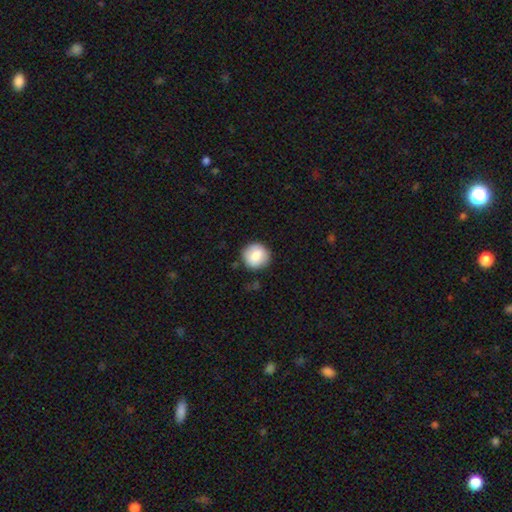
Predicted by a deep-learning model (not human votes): Smooth or featured: smooth — 85% (featured or disk — 8%)
How rounded: round — 93% (in between — 6%)
Merging: none — 86% (minor disturbance — 10%)